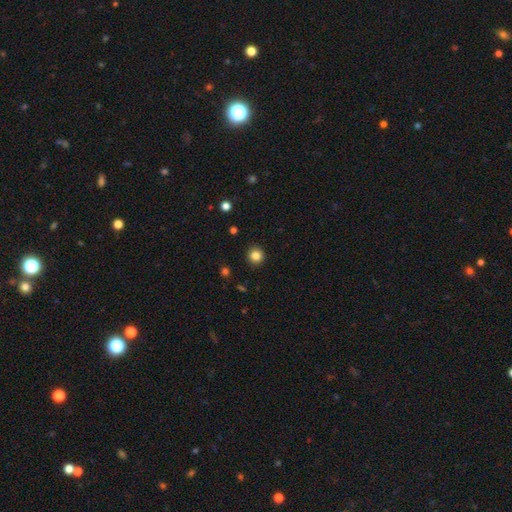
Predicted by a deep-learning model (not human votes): A smooth galaxy with no disk features (84%) that is round (93%). Merging: none (92%).